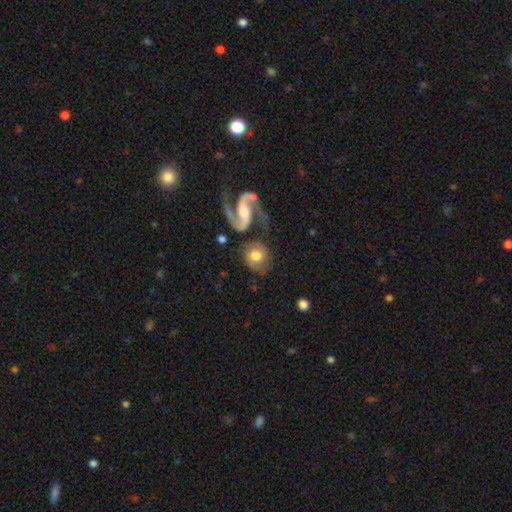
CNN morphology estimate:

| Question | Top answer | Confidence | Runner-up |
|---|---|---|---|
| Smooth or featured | smooth | 52% | featured or disk (41%) |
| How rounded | round | 77% | in between (22%) |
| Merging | none | 62% | merger (17%) |